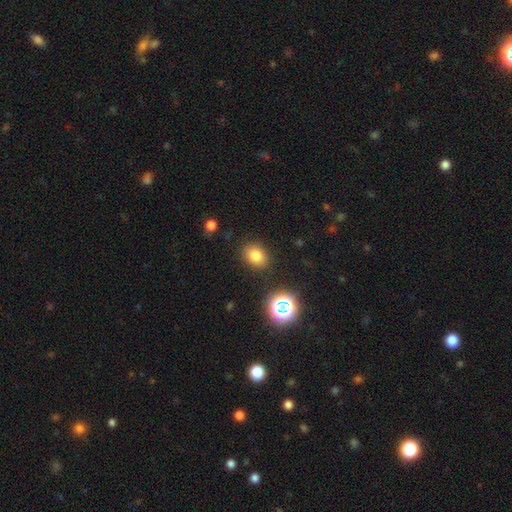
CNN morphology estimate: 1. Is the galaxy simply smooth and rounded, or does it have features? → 78% smooth, 15% star or artifact, 7% featured or disk.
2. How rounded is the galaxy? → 60% in between, 39% round, 1% cigar-shaped.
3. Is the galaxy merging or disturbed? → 86% none, 9% minor disturbance, 3% major disturbance, 2% merger.